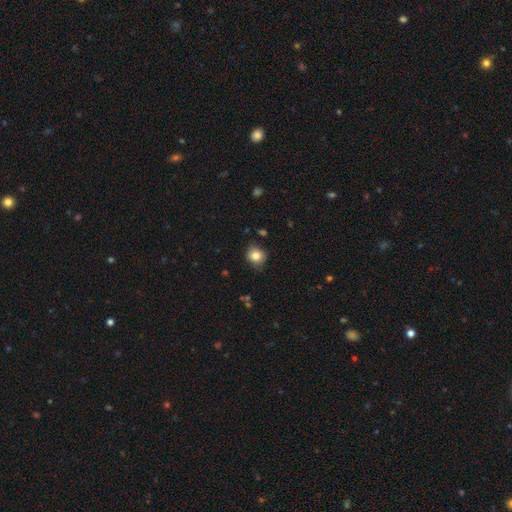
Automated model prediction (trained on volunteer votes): smooth_or_featured: smooth (p=0.82) [alt: star or artifact p=0.10]
how_rounded: round (p=0.79) [alt: in between p=0.20]
merging: none (p=0.79) [alt: minor disturbance p=0.16]